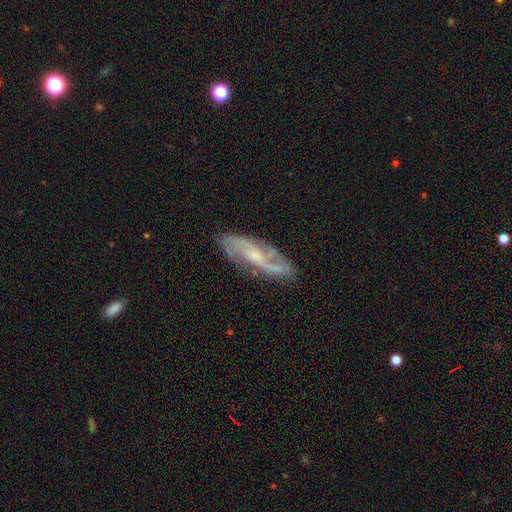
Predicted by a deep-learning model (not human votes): smooth_or_featured: featured or disk (p=0.79) [alt: smooth p=0.14]
disk_edge_on: no (p=0.85) [alt: yes p=0.15]
bar: no (p=0.46) [alt: weak p=0.42]
has_spiral_arms: yes (p=0.93) [alt: no p=0.07]
spiral_winding: medium (p=0.44) [alt: loose p=0.33]
spiral_arm_count: 2 (p=0.66) [alt: can't tell p=0.17]
bulge_size: small (p=0.46) [alt: moderate p=0.38]
merging: none (p=0.77) [alt: minor disturbance p=0.16]